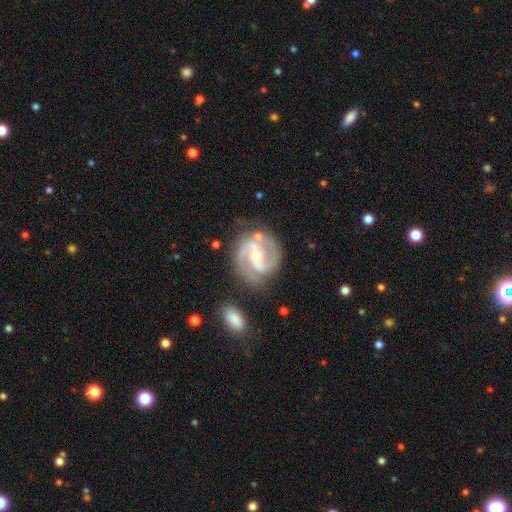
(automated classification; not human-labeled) smooth_or_featured: featured or disk (p=0.91) [alt: star or artifact p=0.05]
disk_edge_on: no (p=0.98) [alt: yes p=0.02]
bar: weak (p=0.39) [alt: strong p=0.34]
has_spiral_arms: yes (p=0.98) [alt: no p=0.02]
spiral_winding: medium (p=0.57) [alt: tight p=0.31]
spiral_arm_count: 2 (p=0.91) [alt: 3 p=0.03]
bulge_size: moderate (p=0.58) [alt: small p=0.38]
merging: none (p=0.73) [alt: minor disturbance p=0.16]